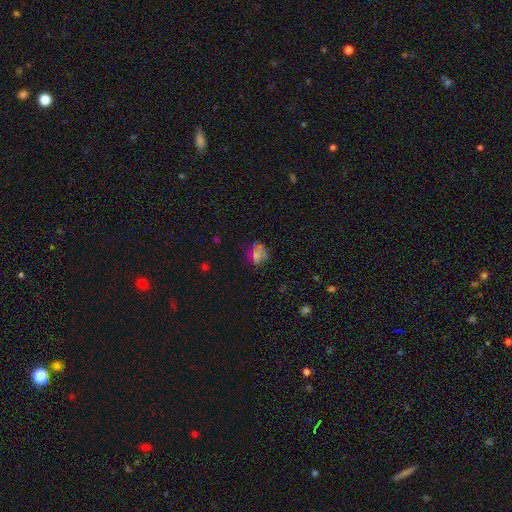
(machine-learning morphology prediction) type=smooth (54%); roundness=round (66%); merging=none (62%).